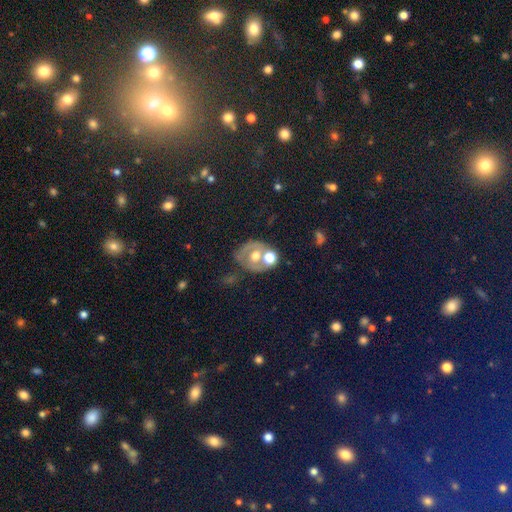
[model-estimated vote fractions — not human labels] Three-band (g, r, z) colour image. It shows a featured or disk galaxy (46%). Merging: none (47%).